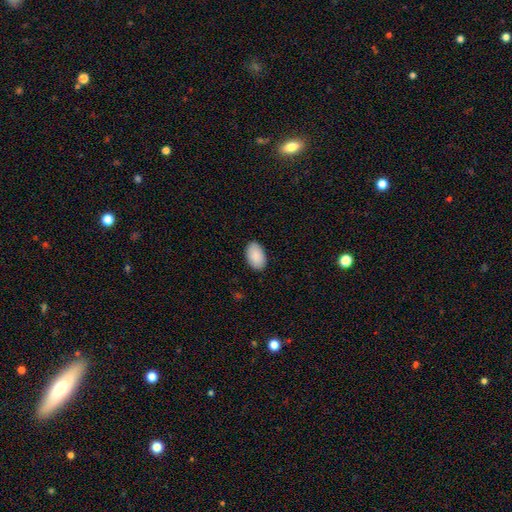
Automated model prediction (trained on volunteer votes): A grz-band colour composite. It shows a smooth galaxy with no disk features (91%) that is in between round and cigar-shaped (93%). Merging: none (88%).